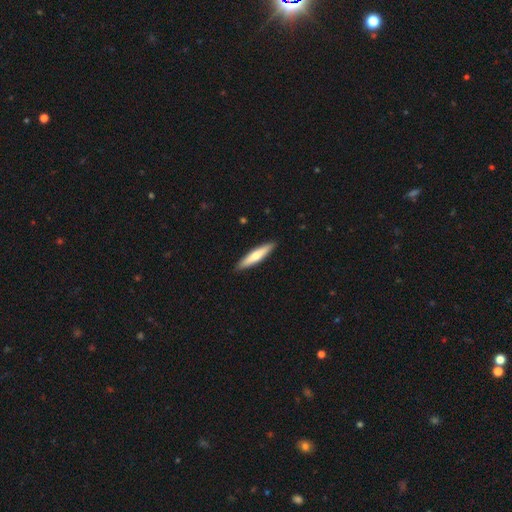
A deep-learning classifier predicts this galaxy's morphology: smooth 61%, featured or disk 34%, star or artifact 5%. Down the decision tree: how rounded — cigar-shaped (85%); merging — none (91%).